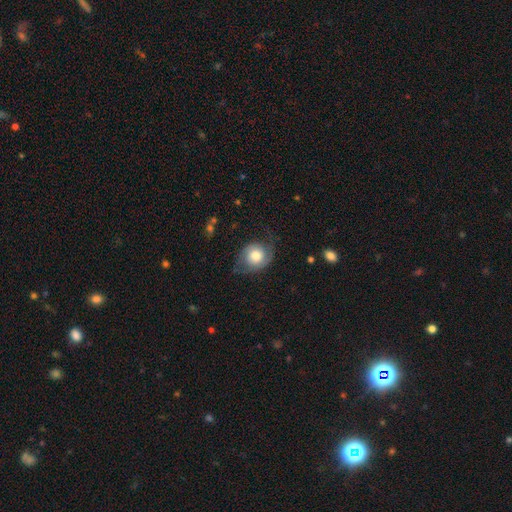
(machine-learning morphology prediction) This appears to be a smooth galaxy with no disk features (49%). Merging: none (57%).